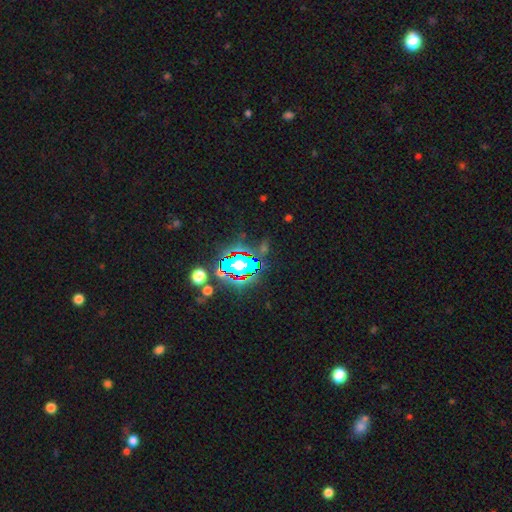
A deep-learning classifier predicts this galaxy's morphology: A star or artifact, not a galaxy (82%).

Vote fractions:
- Smooth or featured? star or artifact: 82% / smooth: 10% / featured or disk: 8%